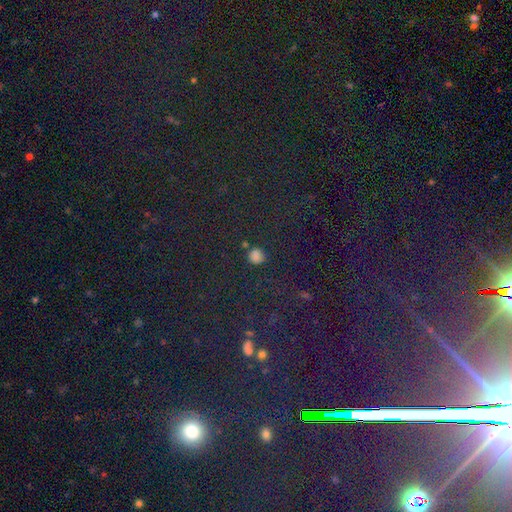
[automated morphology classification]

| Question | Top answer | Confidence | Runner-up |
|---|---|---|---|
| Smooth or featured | smooth | 69% | star or artifact (26%) |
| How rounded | round | 85% | in between (13%) |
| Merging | none | 82% | minor disturbance (11%) |